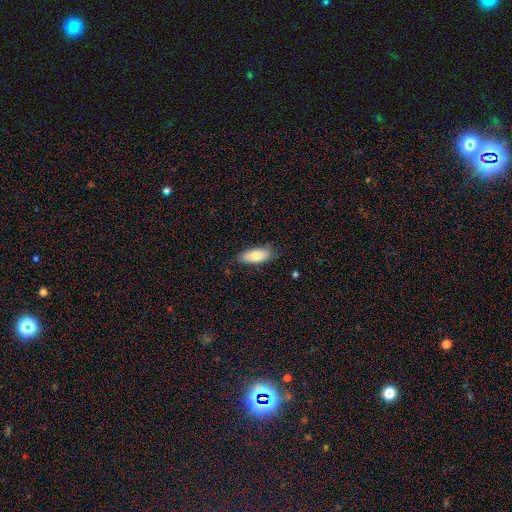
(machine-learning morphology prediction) smooth 79%, featured or disk 15%, star or artifact 7%. Down the decision tree: how rounded — in between (80%); merging — none (80%).